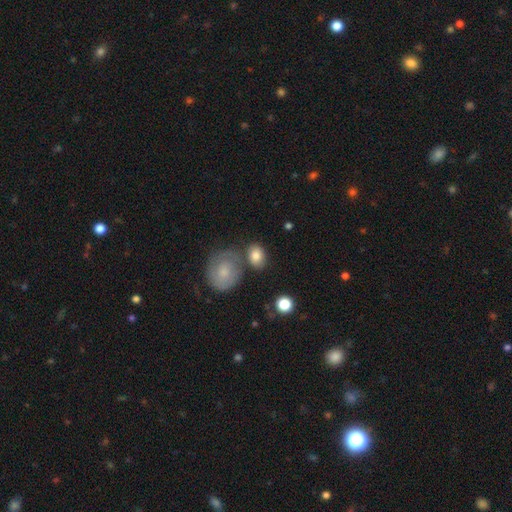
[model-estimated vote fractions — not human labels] Smooth or featured: smooth — 82% (featured or disk — 11%)
How rounded: in between — 64% (round — 34%)
Merging: none — 63% (merger — 16%)